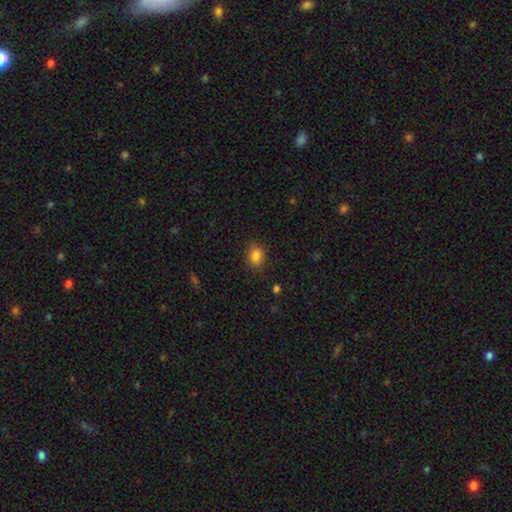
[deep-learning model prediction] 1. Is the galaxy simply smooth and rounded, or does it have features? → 84% smooth, 11% star or artifact, 5% featured or disk.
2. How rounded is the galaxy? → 51% in between, 48% round, 1% cigar-shaped.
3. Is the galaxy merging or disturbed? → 85% none, 11% minor disturbance, 3% major disturbance, 1% merger.